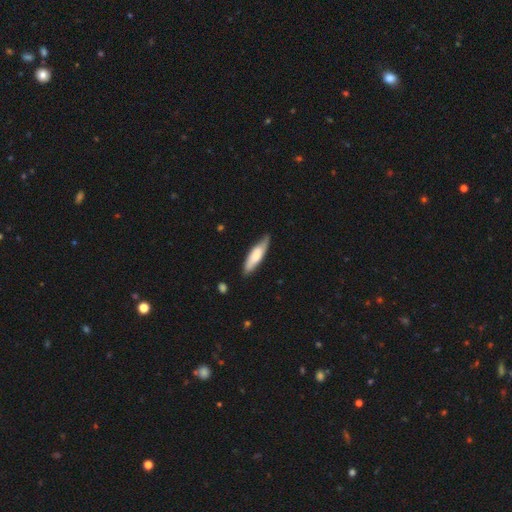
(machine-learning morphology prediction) This is likely a smooth galaxy (69%). How rounded: likely cigar-shaped (65%). Merging: likely none (76%).